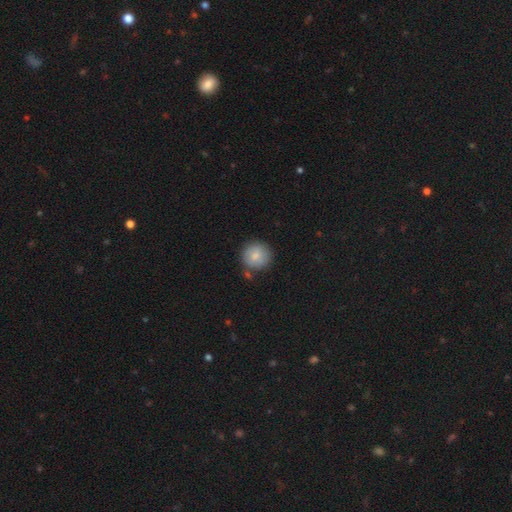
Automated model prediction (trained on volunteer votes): This is clearly a smooth galaxy (84%). How rounded: clearly round (93%). Merging: likely none (79%).